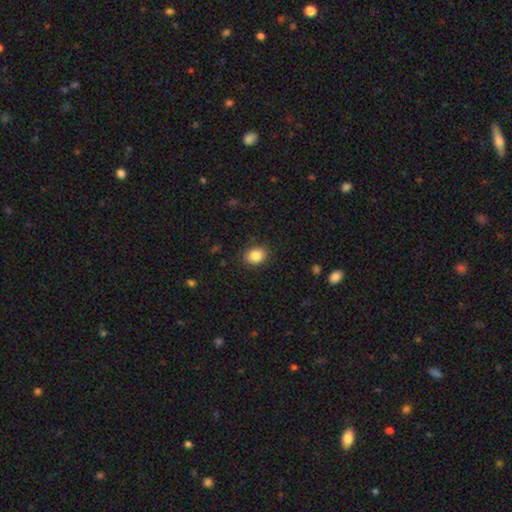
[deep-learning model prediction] smooth_or_featured: smooth (p=0.86) [alt: star or artifact p=0.09]
how_rounded: in between (p=0.52) [alt: round p=0.47]
merging: none (p=0.88) [alt: minor disturbance p=0.09]